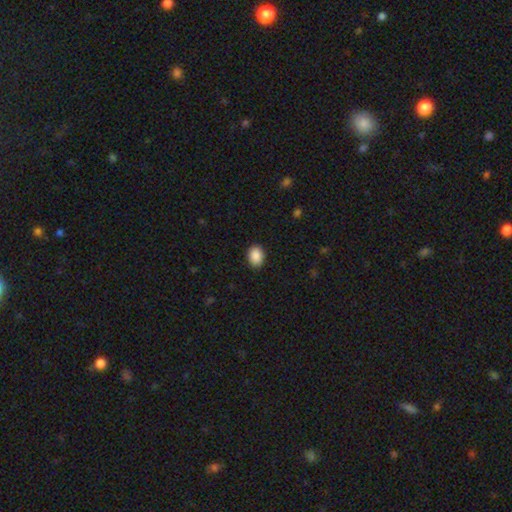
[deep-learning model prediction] This is clearly a smooth galaxy (90%). How rounded: likely in between (72%). Merging: clearly none (90%).